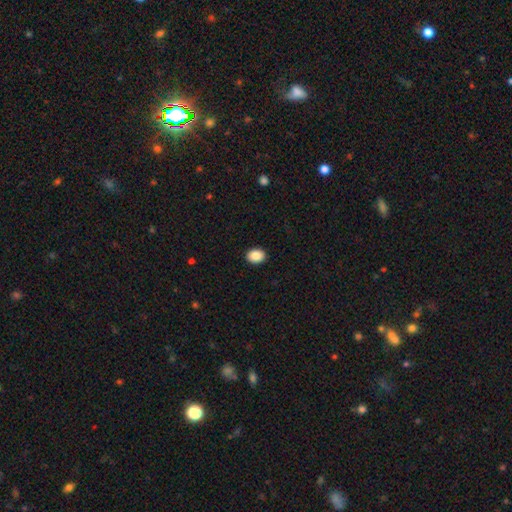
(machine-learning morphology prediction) A smooth galaxy with no disk features (89%) that is in between round and cigar-shaped (69%). Merging: none (91%).